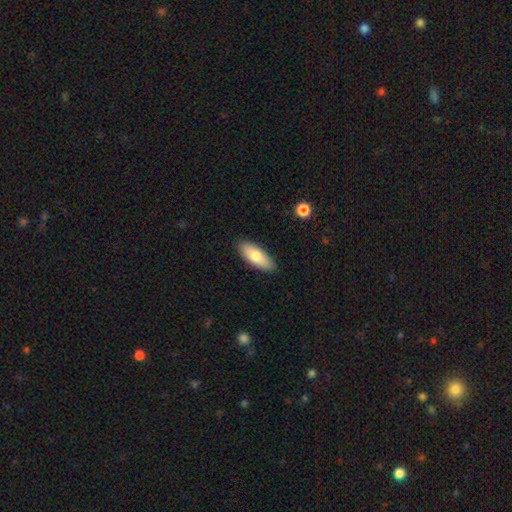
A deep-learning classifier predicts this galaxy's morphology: Smooth or featured? smooth (77%)
How rounded? in between (78%)
Merging? none (87%)